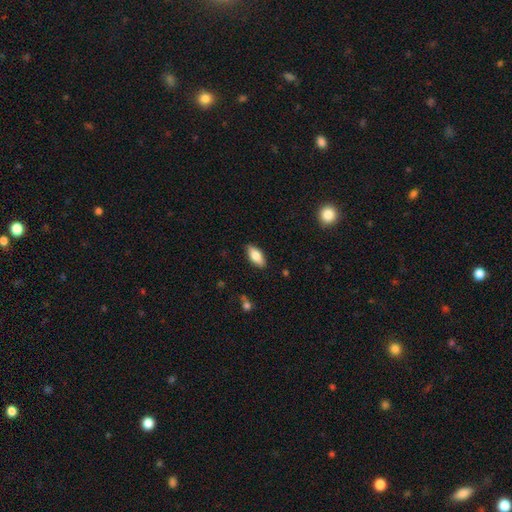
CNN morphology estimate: Smooth or featured: smooth — 79% (featured or disk — 15%)
How rounded: in between — 85% (cigar-shaped — 13%)
Merging: none — 87% (minor disturbance — 10%)